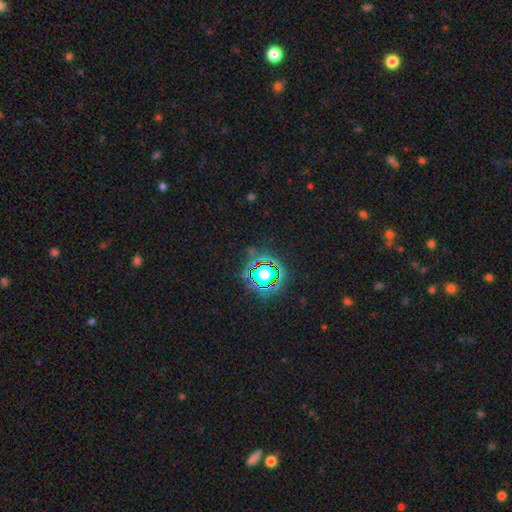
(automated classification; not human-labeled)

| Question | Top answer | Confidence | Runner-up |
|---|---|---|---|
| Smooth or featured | star or artifact | 79% | smooth (13%) |